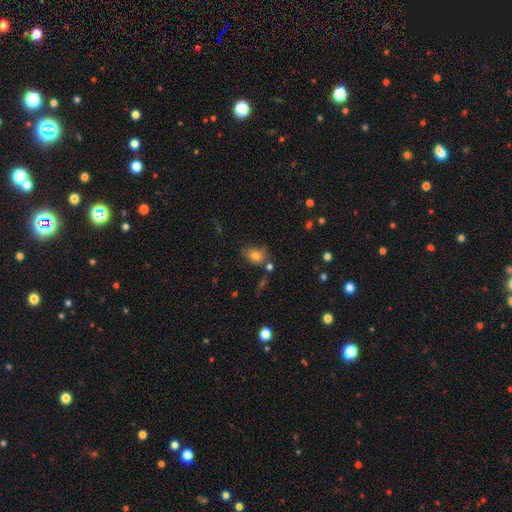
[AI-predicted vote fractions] A smooth galaxy with no disk features (79%) that is in between round and cigar-shaped (54%). Merging: none (66%).